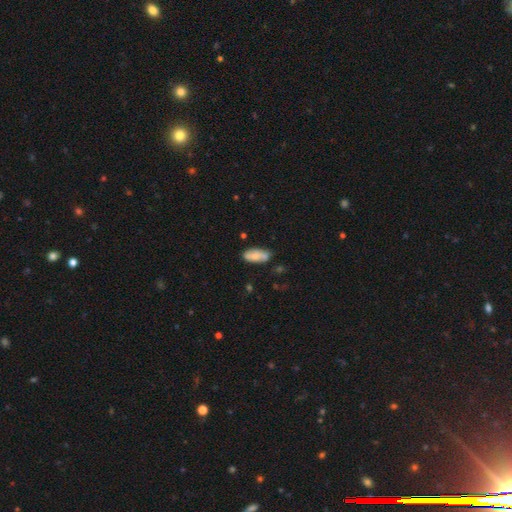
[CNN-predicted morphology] smooth 67%, featured or disk 26%, star or artifact 7%. Down the decision tree: how rounded — in between (83%); merging — none (68%).